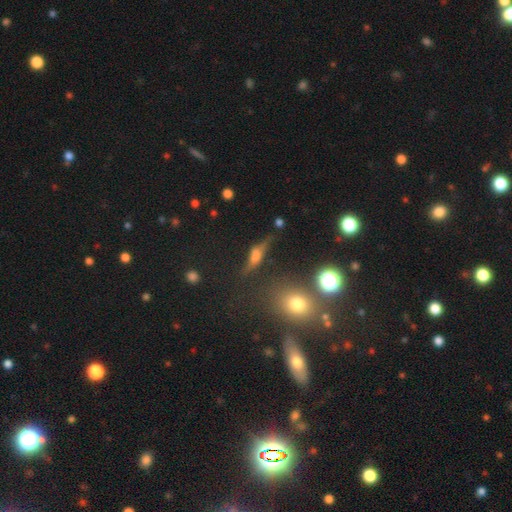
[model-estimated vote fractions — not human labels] Smooth or featured? Predicted: featured or disk (p=0.51). Edge-on disk? Predicted: yes (p=0.80). Merging? Predicted: none (p=0.66).